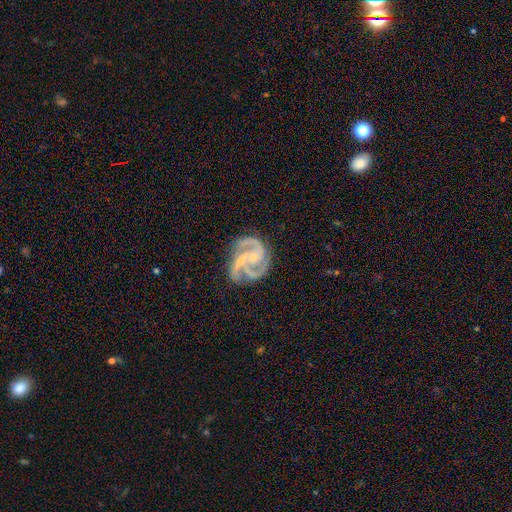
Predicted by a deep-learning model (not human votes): Morphology: type=featured or disk (92%); edge-on=no (98%); bar=no (57%); spiral arms=yes (98%); winding=medium (56%); arm count=3 (61%); bulge=small (75%); merging=none (63%).